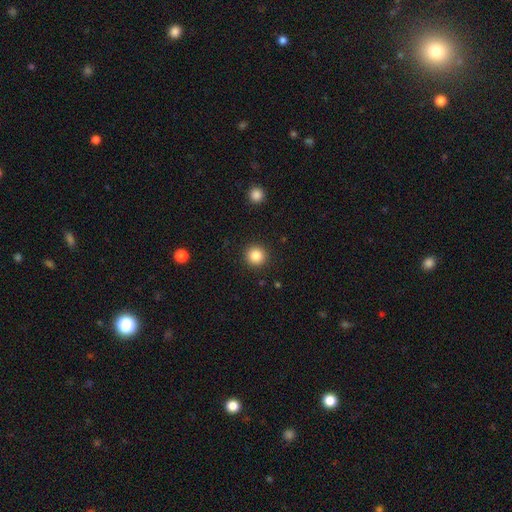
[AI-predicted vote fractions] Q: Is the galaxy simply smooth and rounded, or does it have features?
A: smooth — 85%.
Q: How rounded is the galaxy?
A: round — 95%.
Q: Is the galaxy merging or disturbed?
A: none — 92%.